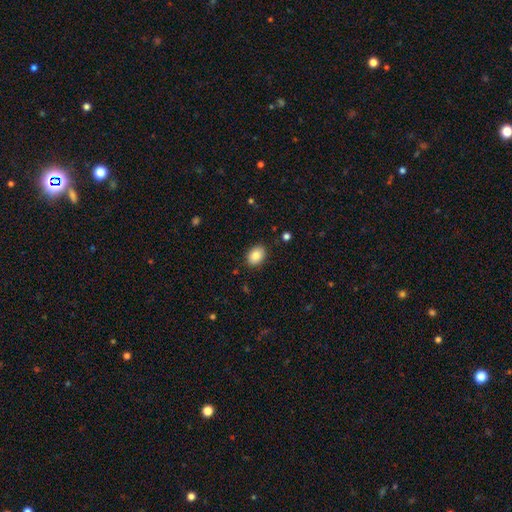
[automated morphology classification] Smooth or featured? smooth (87%)
How rounded? in between (75%)
Merging? none (87%)